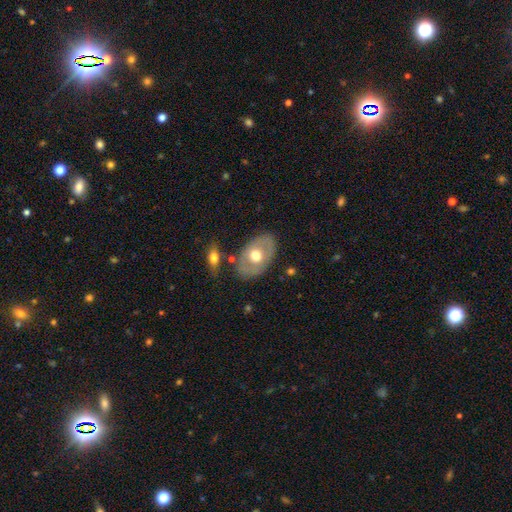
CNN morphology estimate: Overall: smooth (50%; featured or disk 44%). How rounded: in between (84%). Merging: none (78%).